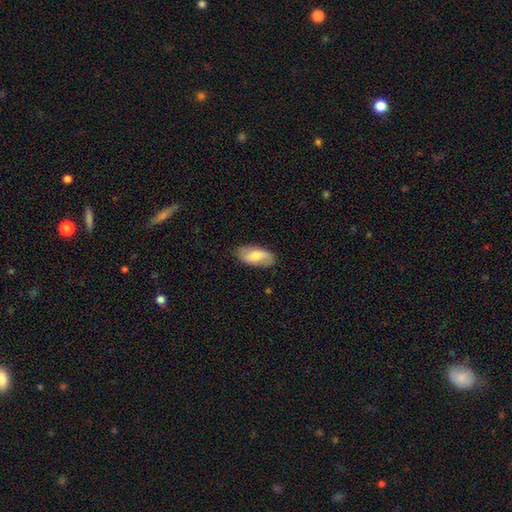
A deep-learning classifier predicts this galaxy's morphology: This is possibly a smooth galaxy (58%). How rounded: clearly in between (90%). Merging: clearly none (83%).